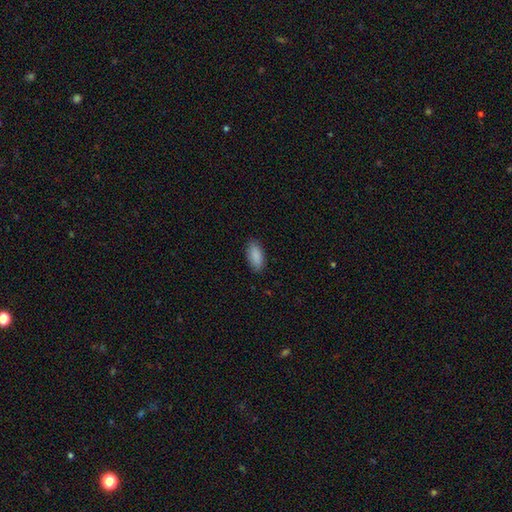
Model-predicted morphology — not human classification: Smooth or featured: smooth — 90% (star or artifact — 6%)
How rounded: in between — 91% (cigar-shaped — 7%)
Merging: none — 87% (minor disturbance — 10%)